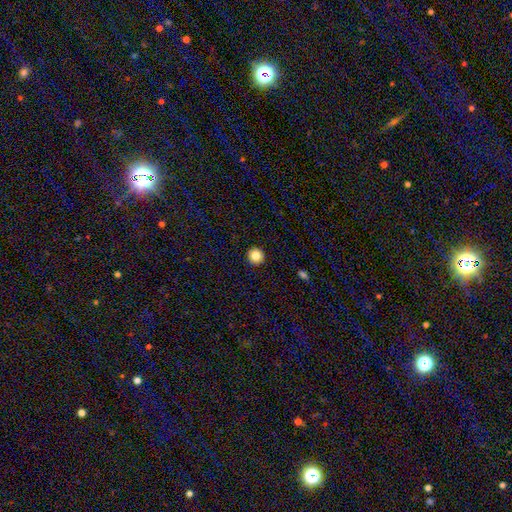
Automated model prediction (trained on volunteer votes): The model was most divided on "smooth or featured": smooth: 84%, star or artifact: 11%, featured or disk: 5%. More confident: how rounded — round (95%); merging — none (93%).